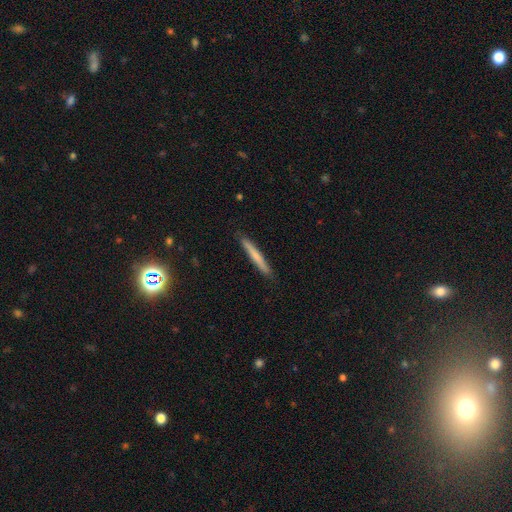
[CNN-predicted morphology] This is likely a smooth galaxy (64%). How rounded: clearly cigar-shaped (96%). Merging: clearly none (89%).